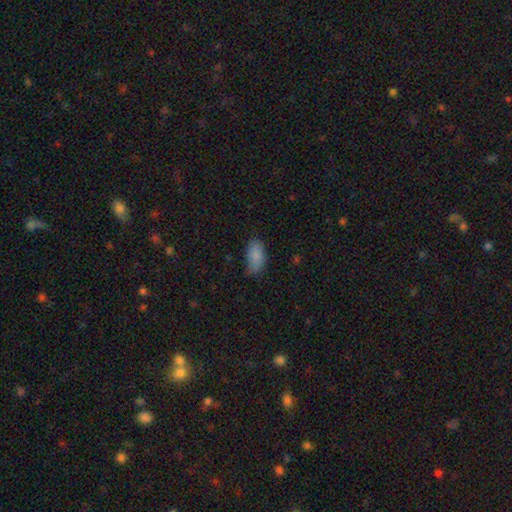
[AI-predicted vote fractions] A smooth galaxy with no disk features (86%) that is in between round and cigar-shaped (93%). Merging: none (70%).